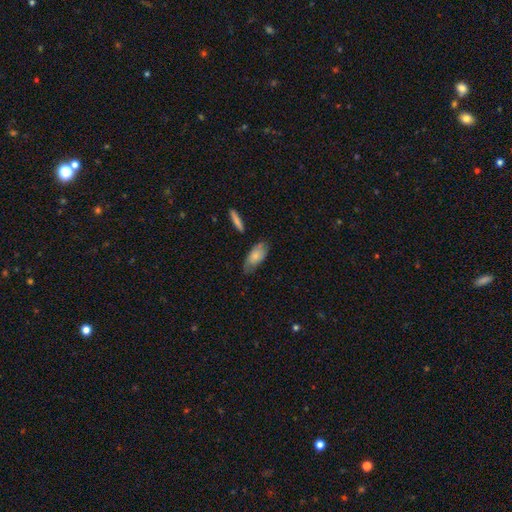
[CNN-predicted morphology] A smooth galaxy with no disk features (69%) that is in between round and cigar-shaped (87%).

Vote fractions:
- Smooth or featured? smooth: 69% / featured or disk: 25% / star or artifact: 6%
- How rounded? in between: 87% / cigar-shaped: 10% / round: 3%
- Merging? none: 59% / minor disturbance: 30% / major disturbance: 8% / merger: 3%